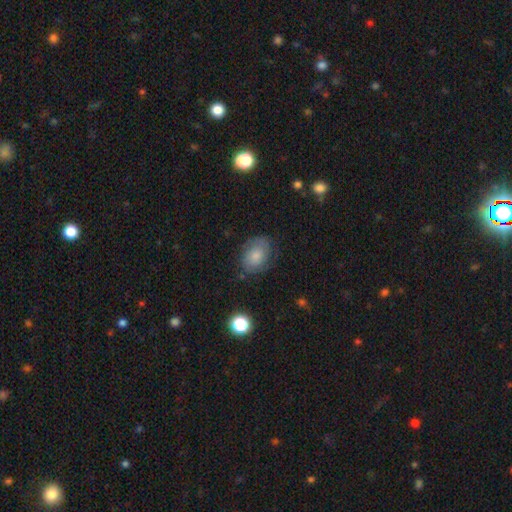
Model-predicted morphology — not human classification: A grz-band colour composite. It shows a smooth galaxy with no disk features (65%) that is in between round and cigar-shaped (77%). Merging: none (71%).